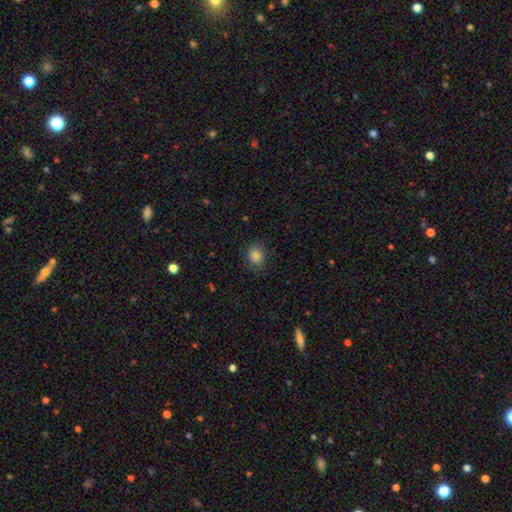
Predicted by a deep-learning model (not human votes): This is clearly a smooth galaxy (83%). How rounded: possibly round (57%). Merging: likely none (77%).